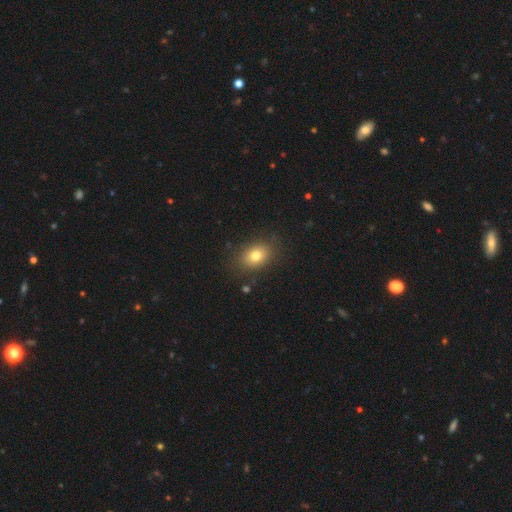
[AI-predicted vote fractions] Morphology: type=smooth (78%); roundness=in between (69%); merging=none (82%).